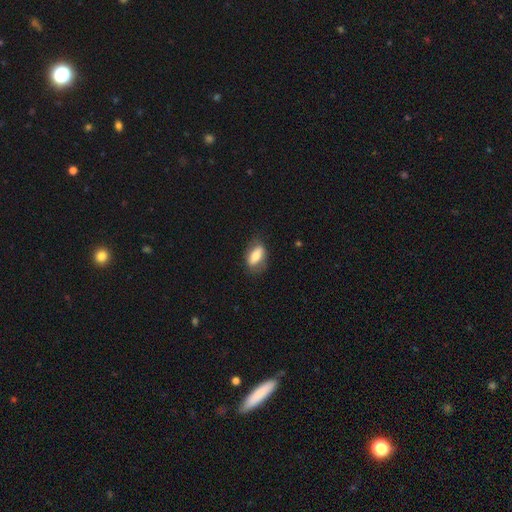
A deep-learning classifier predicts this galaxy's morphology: smooth_or_featured: smooth (p=0.67) [alt: featured or disk p=0.26]
how_rounded: in between (p=0.86) [alt: cigar-shaped p=0.08]
merging: none (p=0.72) [alt: minor disturbance p=0.20]